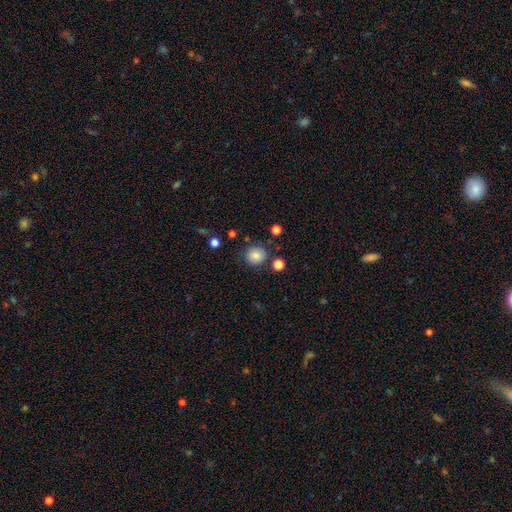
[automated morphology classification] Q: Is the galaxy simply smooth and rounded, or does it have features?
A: smooth — 86%.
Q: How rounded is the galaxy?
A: round — 88%.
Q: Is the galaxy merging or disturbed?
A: none — 83%.